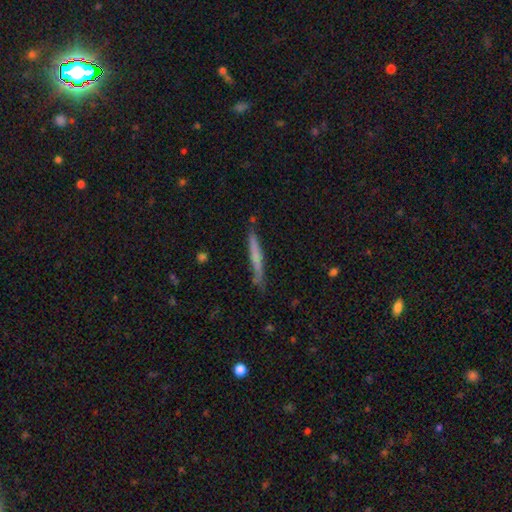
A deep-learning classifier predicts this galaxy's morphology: Smooth or featured? smooth (56%)
How rounded? cigar-shaped (96%)
Merging? none (80%)